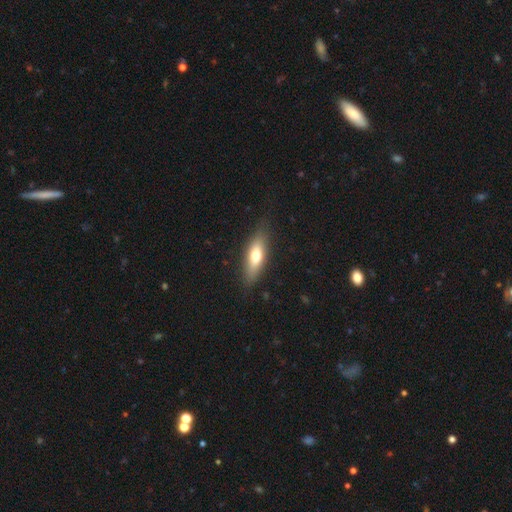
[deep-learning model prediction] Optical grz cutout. It shows a smooth galaxy with no disk features (65%) that is in between round and cigar-shaped (57%). Merging: none (84%).